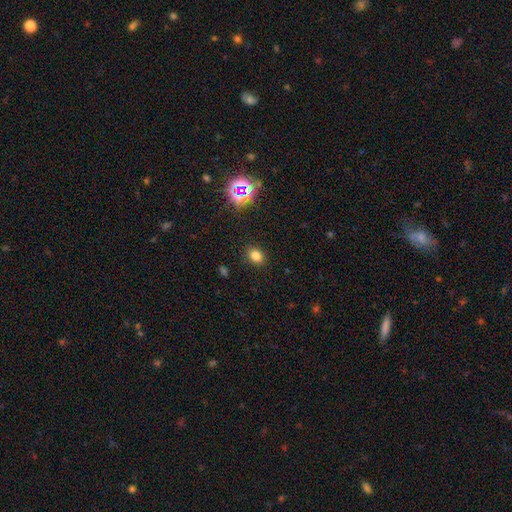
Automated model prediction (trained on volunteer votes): smooth-or-featured: smooth: 77% | star or artifact: 17% | featured or disk: 6%
  how-rounded: in between: 54% | round: 45% | cigar-shaped: 1%
  merging: none: 88% | minor disturbance: 8% | major disturbance: 3% | merger: 1%